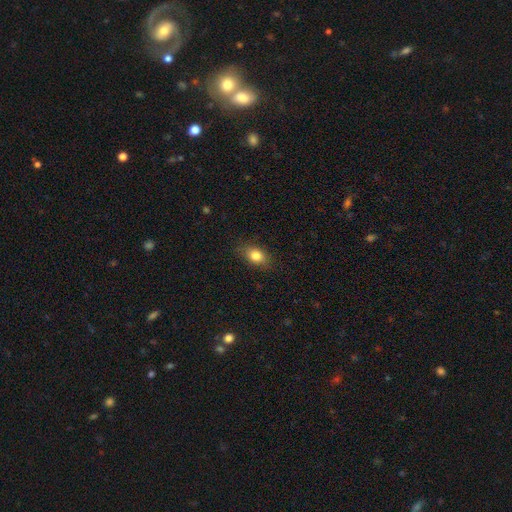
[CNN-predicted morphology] Smooth or featured? smooth (83%)
How rounded? in between (76%)
Merging? none (81%)